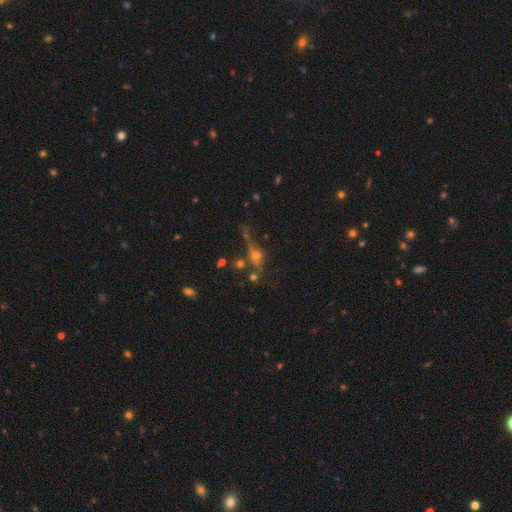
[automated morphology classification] The model was most divided on "smooth or featured": featured or disk: 45%, star or artifact: 28%, smooth: 27%. More confident: merging — none (53%).